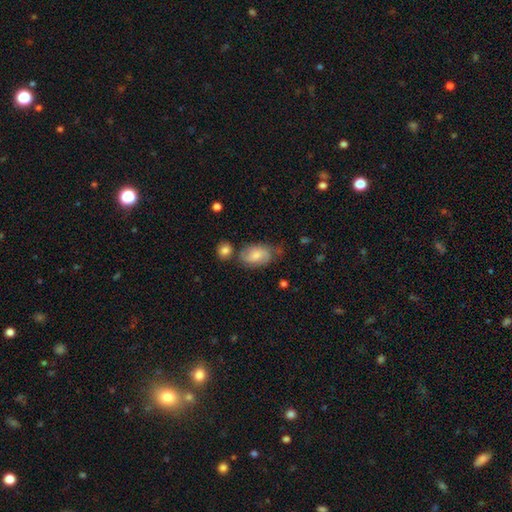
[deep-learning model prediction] Smooth or featured?
  - featured or disk: 48% *
  - smooth: 41%
  - star or artifact: 11%
Merging?
  - none: 57% *
  - minor disturbance: 24%
  - merger: 10%
  - major disturbance: 9%